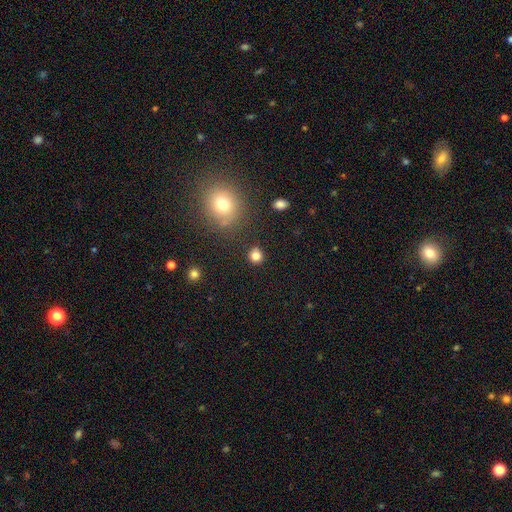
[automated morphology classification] type=smooth (81%); roundness=round (88%); merging=none (85%).